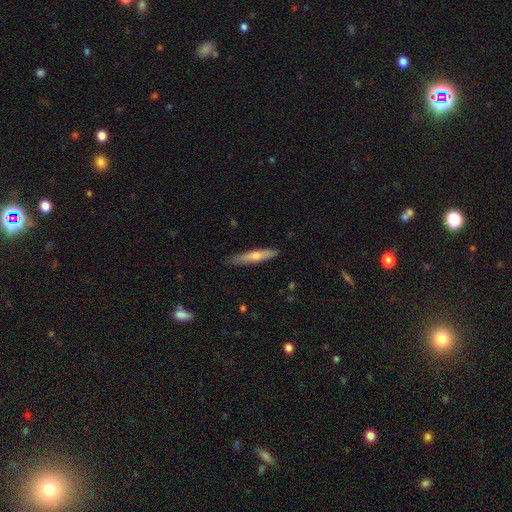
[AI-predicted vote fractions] Q: Smooth or featured?
A: smooth (57%); runner-up: featured or disk (38%)
Q: How rounded?
A: cigar-shaped (90%); runner-up: in between (8%)
Q: Merging?
A: none (88%); runner-up: minor disturbance (10%)